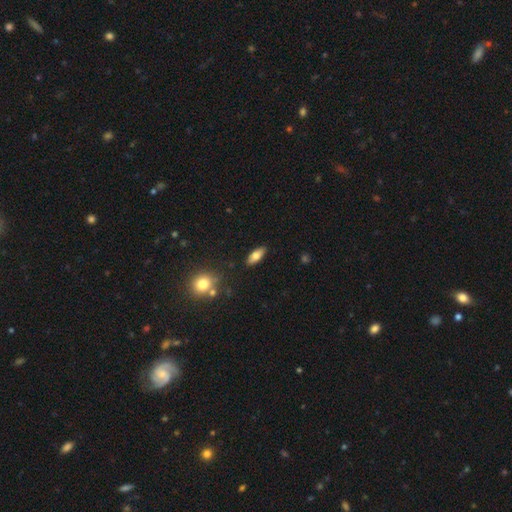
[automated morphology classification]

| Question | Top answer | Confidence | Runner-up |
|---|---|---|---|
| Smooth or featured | smooth | 73% | featured or disk (20%) |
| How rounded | in between | 77% | cigar-shaped (20%) |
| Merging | none | 86% | minor disturbance (9%) |